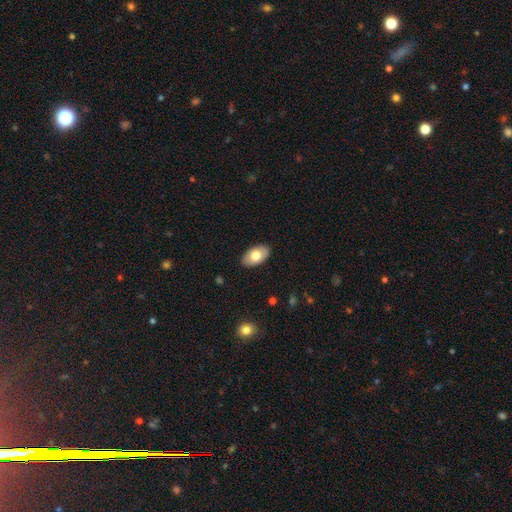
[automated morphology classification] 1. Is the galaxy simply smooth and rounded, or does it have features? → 74% smooth, 20% featured or disk, 6% star or artifact.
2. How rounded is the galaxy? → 94% in between, 4% round, 1% cigar-shaped.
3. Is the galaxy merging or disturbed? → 88% none, 9% minor disturbance, 2% major disturbance, 1% merger.